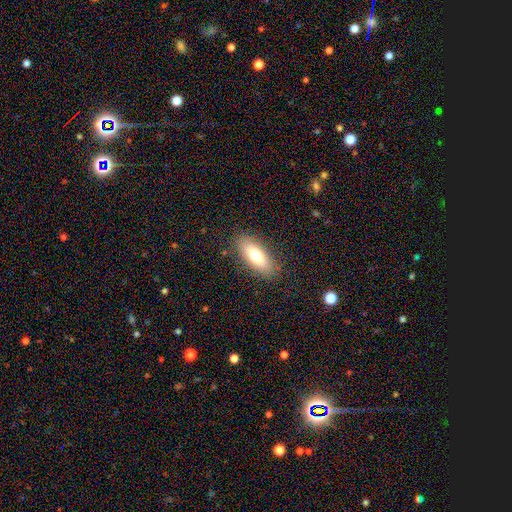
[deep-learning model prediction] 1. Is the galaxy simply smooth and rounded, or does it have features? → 73% smooth, 20% featured or disk, 7% star or artifact.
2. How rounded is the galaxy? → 73% in between, 25% cigar-shaped, 3% round.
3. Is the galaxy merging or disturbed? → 86% none, 10% minor disturbance, 3% major disturbance, 1% merger.